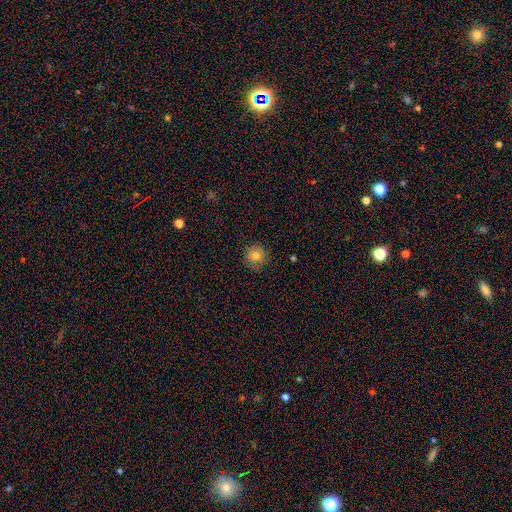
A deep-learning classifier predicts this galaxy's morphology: The model was most divided on "smooth or featured": smooth: 79%, star or artifact: 11%, featured or disk: 11%. More confident: how rounded — round (91%); merging — none (84%).